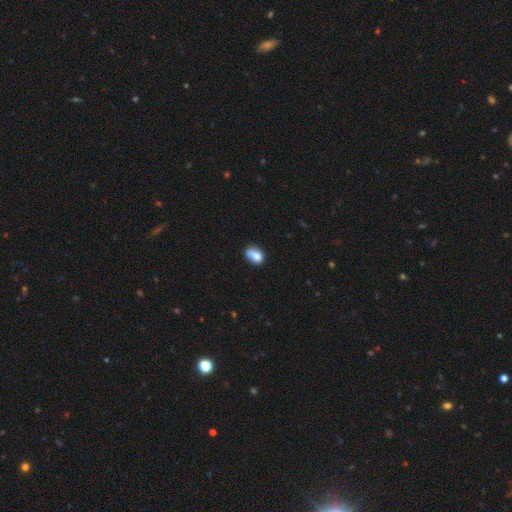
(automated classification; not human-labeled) Smooth or featured? Predicted: smooth (p=0.78). How rounded? Predicted: in between (p=0.80). Merging? Predicted: none (p=0.51).